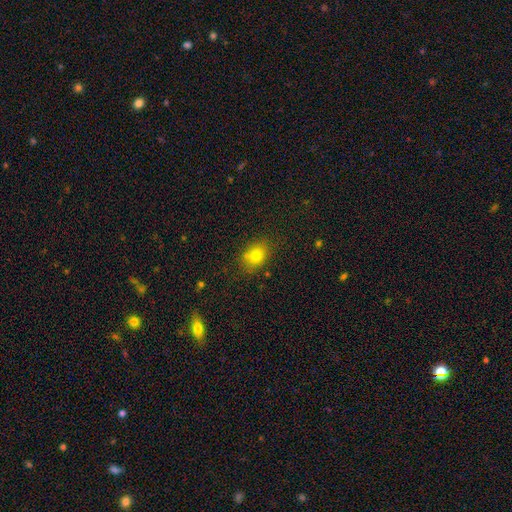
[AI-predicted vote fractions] Morphology: type=smooth (76%); roundness=in between (60%); merging=none (74%).